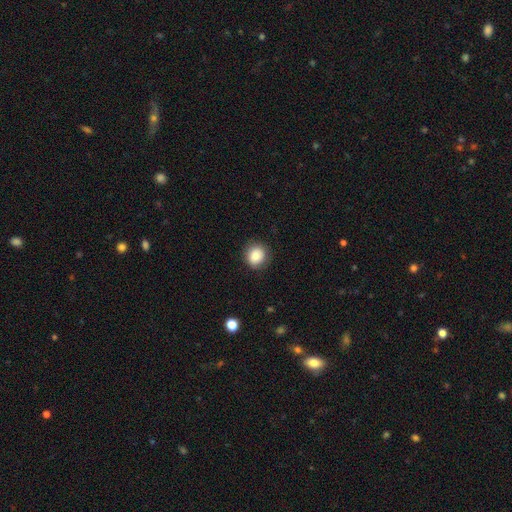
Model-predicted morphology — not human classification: type=smooth (87%); roundness=round (81%); merging=none (86%).